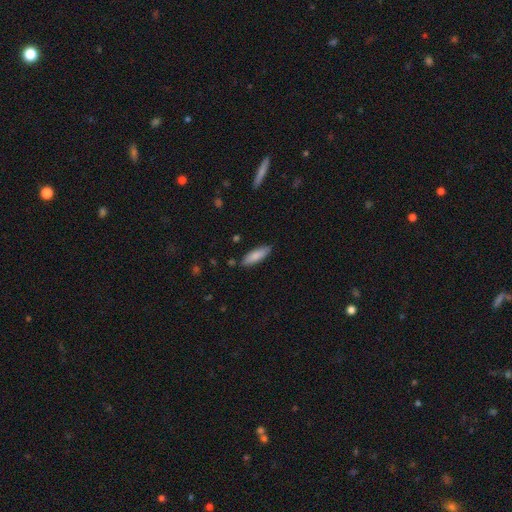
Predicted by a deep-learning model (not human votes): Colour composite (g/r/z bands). It shows a smooth galaxy with no disk features (82%) that is in between round and cigar-shaped (52%). Merging: none (82%).